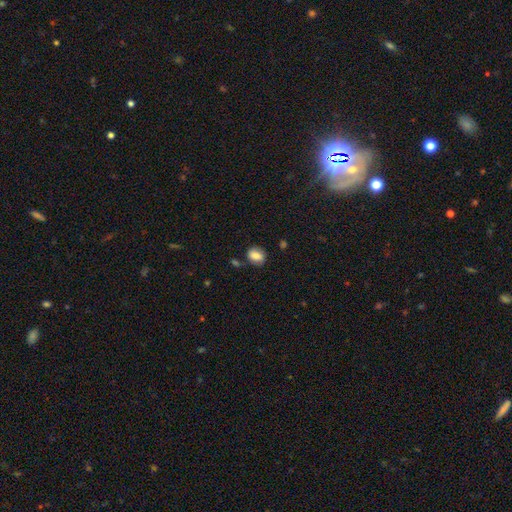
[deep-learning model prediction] smooth-or-featured: smooth: 80% | featured or disk: 11% | star or artifact: 9%
  how-rounded: in between: 62% | round: 36% | cigar-shaped: 2%
  merging: none: 70% | minor disturbance: 17% | merger: 8% | major disturbance: 5%